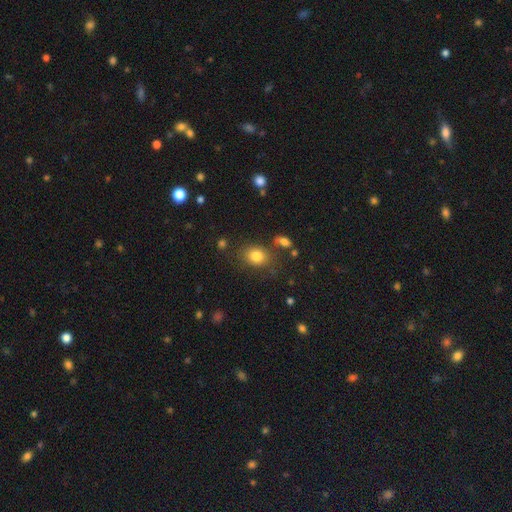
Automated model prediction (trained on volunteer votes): This is clearly a smooth galaxy (81%). How rounded: possibly in between (54%). Merging: likely none (75%).